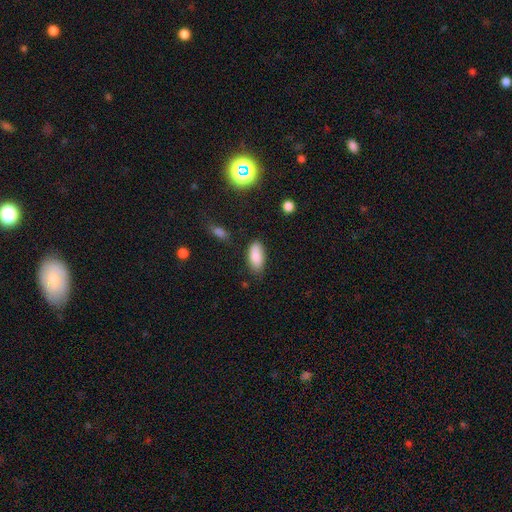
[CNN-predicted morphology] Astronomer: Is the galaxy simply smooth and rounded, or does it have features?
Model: smooth — 86%.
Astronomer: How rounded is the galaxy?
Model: in between — 89%.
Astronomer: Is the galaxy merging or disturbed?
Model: none — 78%.